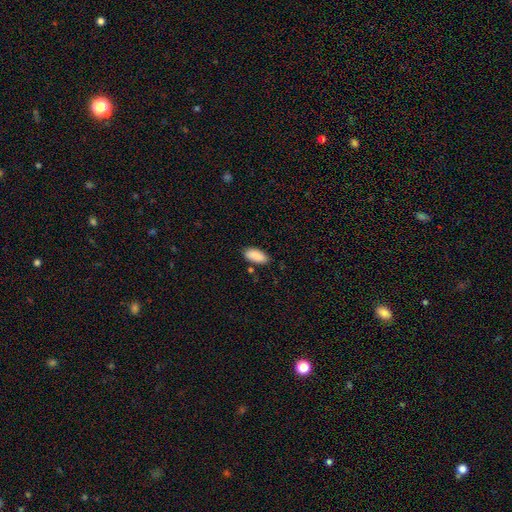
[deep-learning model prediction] Q: Smooth or featured?
A: smooth (90%); runner-up: star or artifact (6%)
Q: How rounded?
A: in between (90%); runner-up: cigar-shaped (9%)
Q: Merging?
A: none (81%); runner-up: minor disturbance (13%)